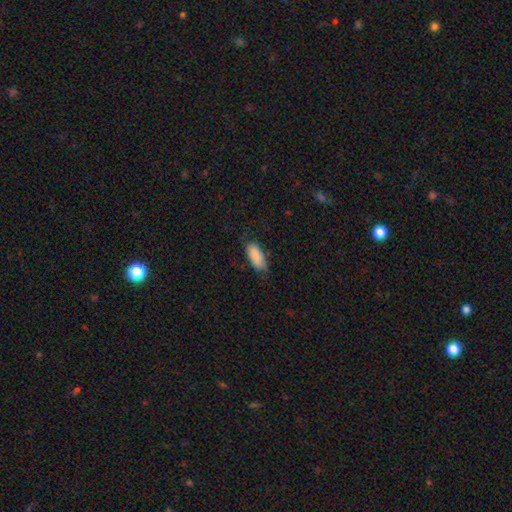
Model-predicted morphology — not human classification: Smooth or featured?
  - smooth: 88% *
  - star or artifact: 6%
  - featured or disk: 5%
How rounded?
  - in between: 83% *
  - cigar-shaped: 16%
  - round: 2%
Merging?
  - none: 74% *
  - minor disturbance: 21%
  - major disturbance: 5%
  - merger: 1%